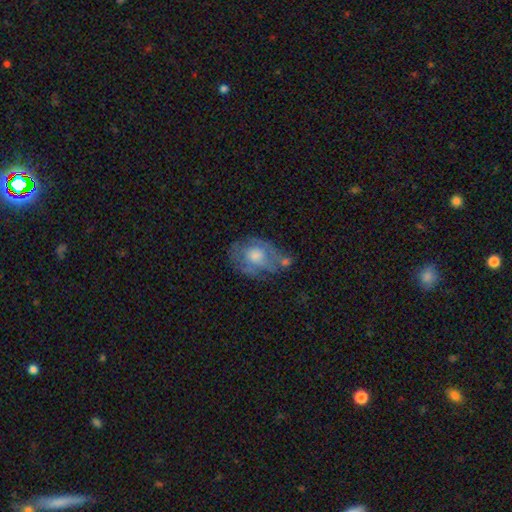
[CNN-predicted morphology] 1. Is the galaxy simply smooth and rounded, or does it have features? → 54% featured or disk, 39% smooth, 8% star or artifact.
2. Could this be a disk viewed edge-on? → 95% no, 5% yes.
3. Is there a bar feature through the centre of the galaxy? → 82% no, 15% weak, 2% strong.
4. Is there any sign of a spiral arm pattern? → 53% no, 47% yes.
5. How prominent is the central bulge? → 54% moderate, 21% large, 19% small, 5% none, 2% dominant.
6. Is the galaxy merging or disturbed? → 45% none, 29% minor disturbance, 15% major disturbance, 12% merger.